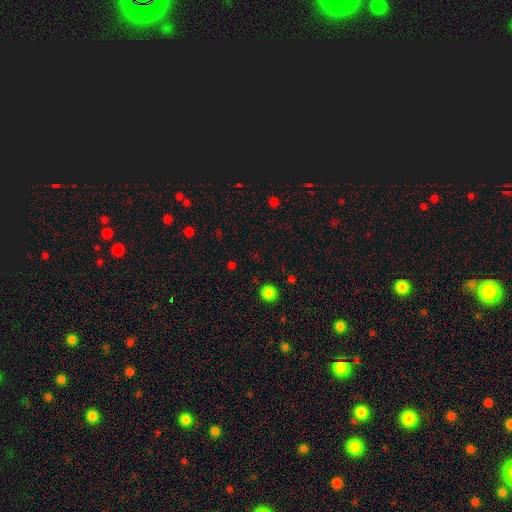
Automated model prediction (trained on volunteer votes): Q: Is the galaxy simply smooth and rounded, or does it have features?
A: smooth — 56%.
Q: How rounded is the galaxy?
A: round — 87%.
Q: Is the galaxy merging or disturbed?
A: none — 86%.